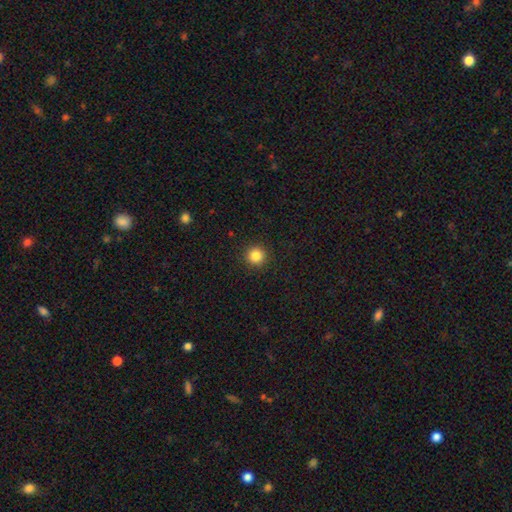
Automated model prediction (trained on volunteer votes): smooth_or_featured: smooth (p=0.84) [alt: star or artifact p=0.12]
how_rounded: round (p=0.95) [alt: in between p=0.04]
merging: none (p=0.93) [alt: minor disturbance p=0.05]